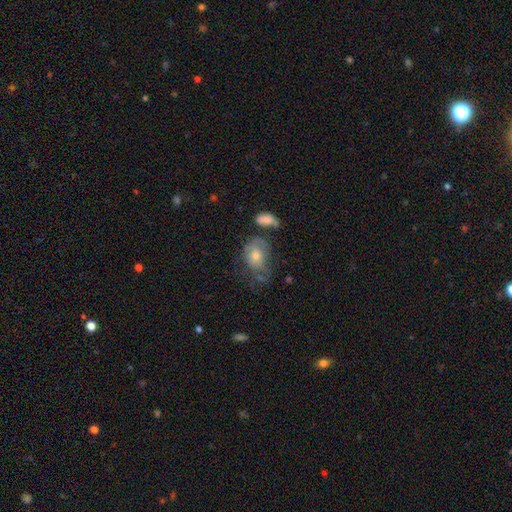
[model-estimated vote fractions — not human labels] Overall: smooth (47%; featured or disk 43%). Merging: none (38%; minor disturbance 27%).